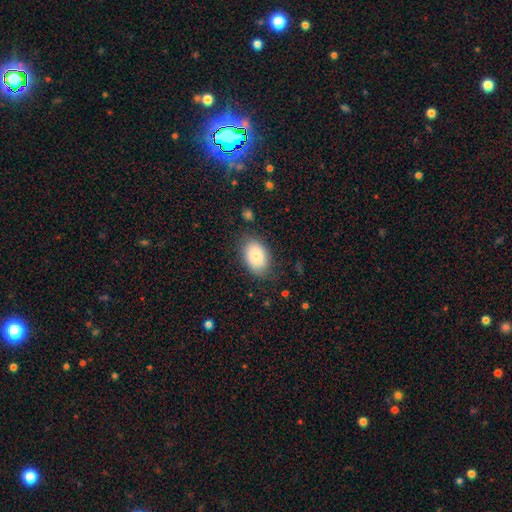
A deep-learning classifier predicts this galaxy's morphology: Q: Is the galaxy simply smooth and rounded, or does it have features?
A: smooth — 79%.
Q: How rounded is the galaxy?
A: in between — 85%.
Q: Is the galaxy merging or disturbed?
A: none — 75%.